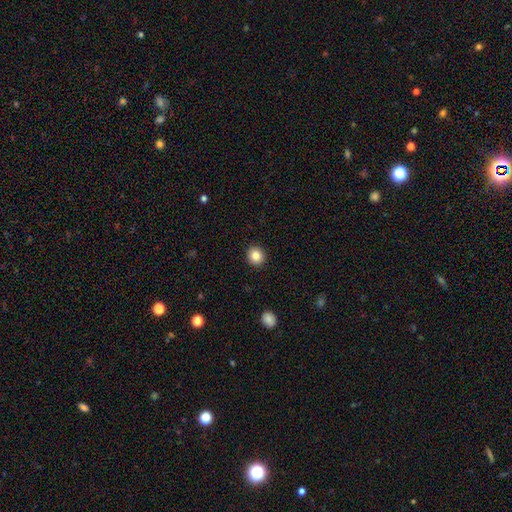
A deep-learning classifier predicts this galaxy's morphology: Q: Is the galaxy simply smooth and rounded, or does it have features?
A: smooth — 84%.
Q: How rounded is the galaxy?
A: round — 88%.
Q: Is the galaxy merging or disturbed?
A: none — 92%.